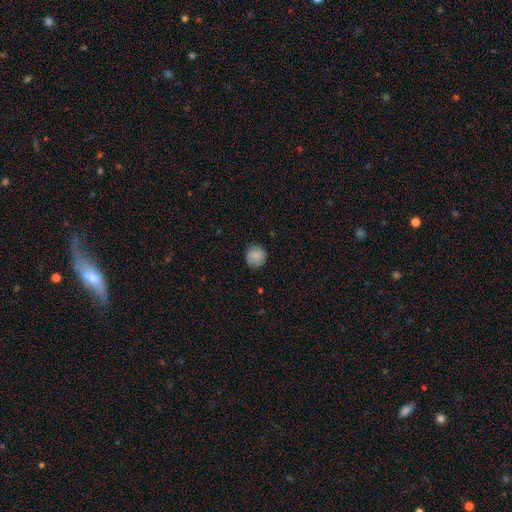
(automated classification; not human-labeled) Overall: smooth (85%). How rounded: round (91%). Merging: none (83%).